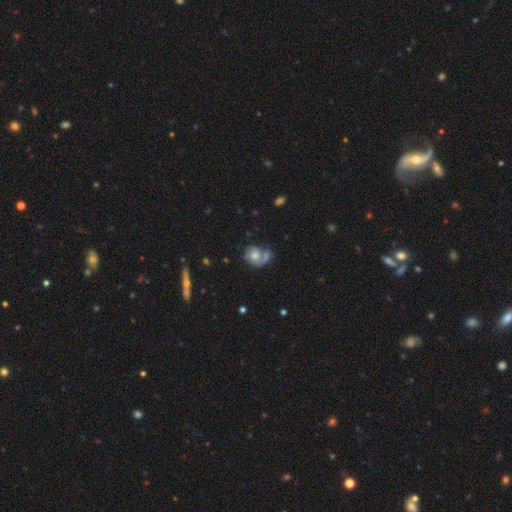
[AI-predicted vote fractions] Smooth or featured?
  - featured or disk: 50% *
  - smooth: 41%
  - star or artifact: 9%
Merging?
  - none: 39% *
  - merger: 24%
  - minor disturbance: 19%
  - major disturbance: 18%